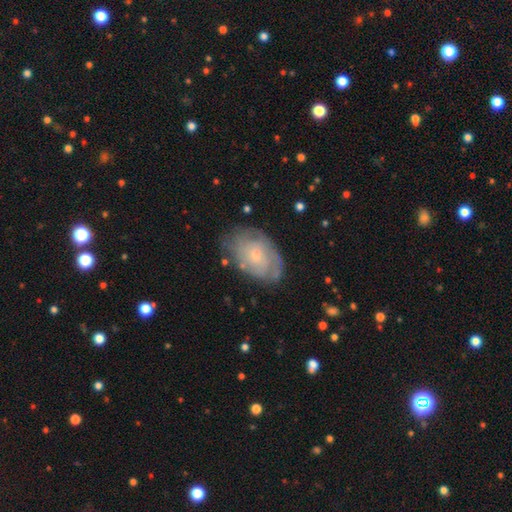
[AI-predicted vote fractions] A featured or disk galaxy (53%) with no bar (76%), spiral arms (68%) and a small central bulge (59%). Merging: none (71%).